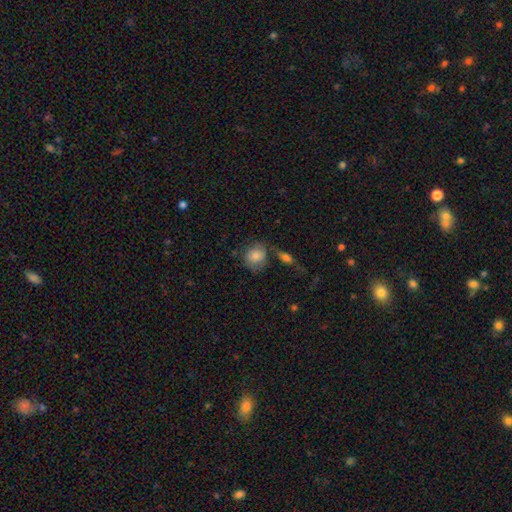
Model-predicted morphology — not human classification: Overall: smooth (74%). How rounded: round (74%). Merging: none (59%; minor disturbance 20%).